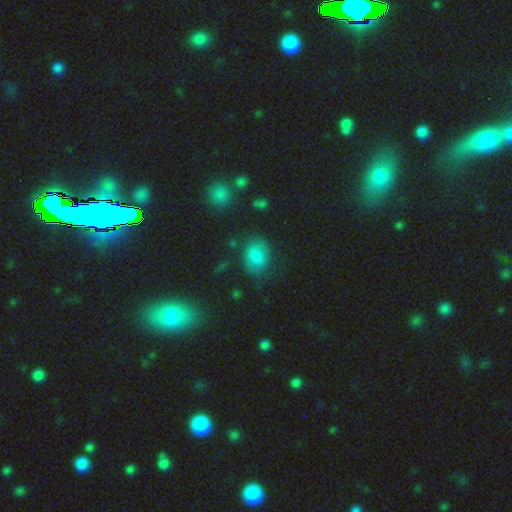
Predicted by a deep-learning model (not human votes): This is likely a smooth galaxy (76%). How rounded: likely in between (69%). Merging: likely none (69%).